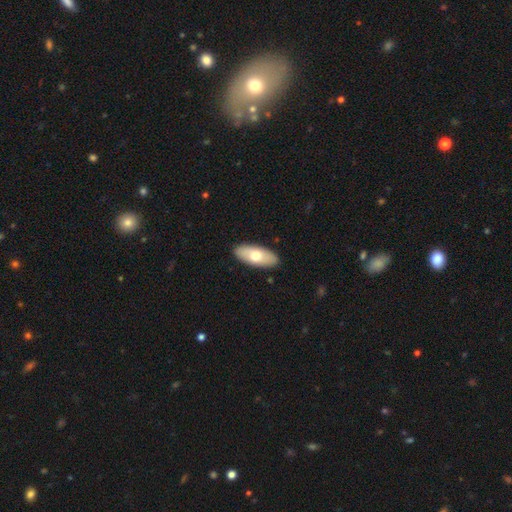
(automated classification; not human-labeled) smooth_or_featured: smooth (p=0.69) [alt: featured or disk p=0.26]
how_rounded: in between (p=0.85) [alt: cigar-shaped p=0.12]
merging: none (p=0.89) [alt: minor disturbance p=0.08]